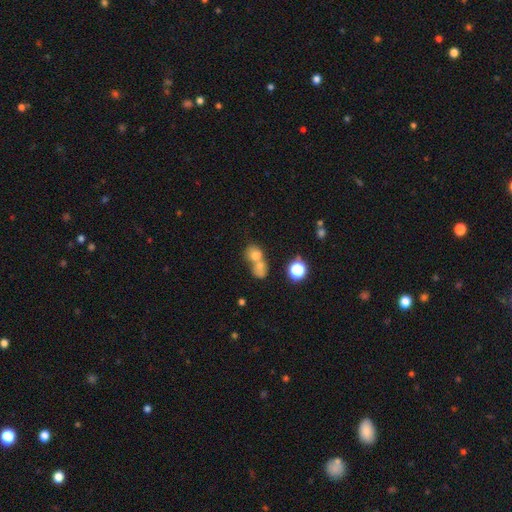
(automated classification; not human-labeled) smooth_or_featured: smooth (p=0.68) [alt: featured or disk p=0.17]
how_rounded: round (p=0.61) [alt: in between p=0.38]
merging: merger (p=0.64) [alt: none p=0.25]